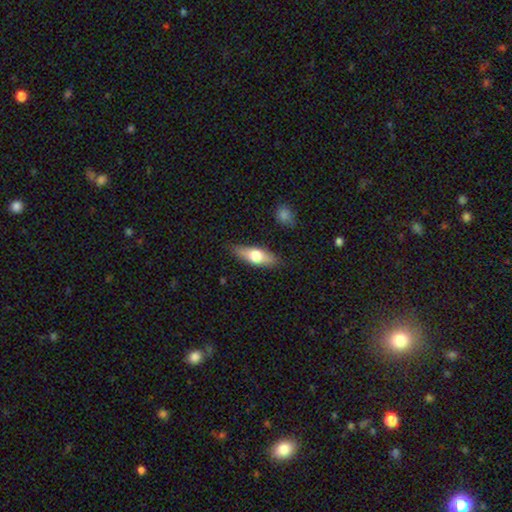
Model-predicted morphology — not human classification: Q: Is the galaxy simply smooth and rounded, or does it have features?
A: smooth — 55%.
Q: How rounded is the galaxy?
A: in between — 60%.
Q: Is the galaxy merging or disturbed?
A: none — 85%.